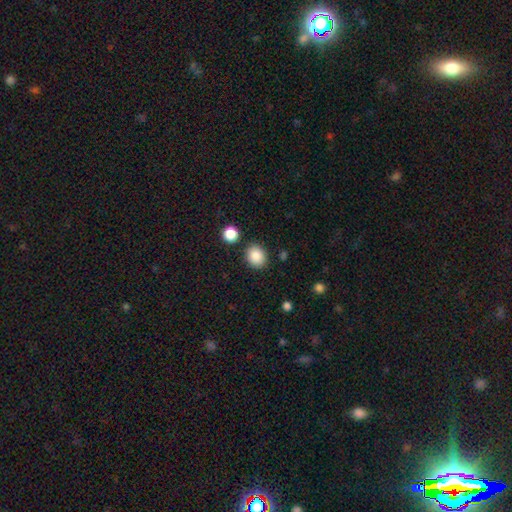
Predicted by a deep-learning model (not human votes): Overall: smooth (87%). How rounded: round (65%; in between 34%). Merging: none (85%).